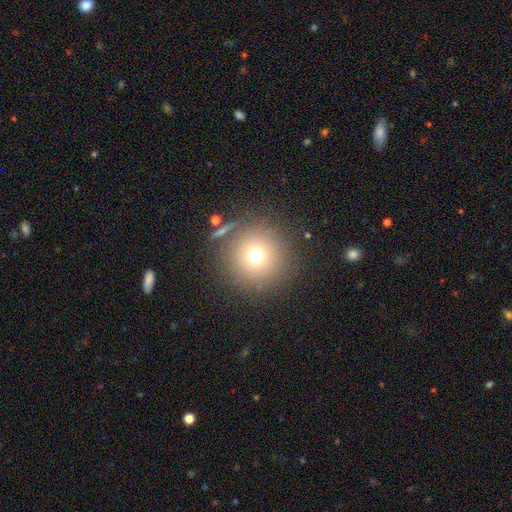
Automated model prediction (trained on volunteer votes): Smooth or featured? Predicted: smooth (p=0.70). How rounded? Predicted: round (p=0.96). Merging? Predicted: none (p=0.84).